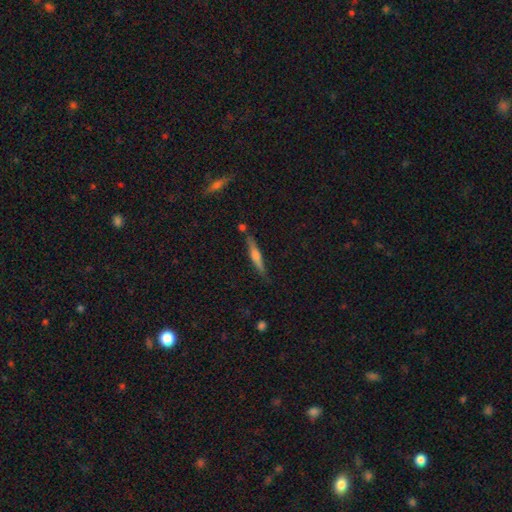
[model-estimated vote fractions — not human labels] The model was most divided on "smooth or featured": featured or disk: 56%, smooth: 36%, star or artifact: 7%. More confident: edge-on disk — yes (97%); merging — none (84%); edge-on bulge — rounded (71%).